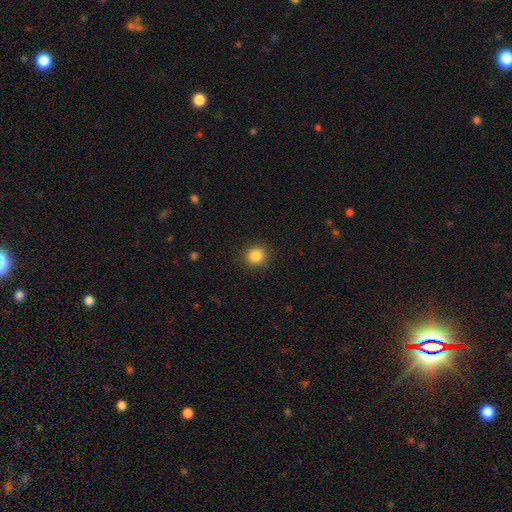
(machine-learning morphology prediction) Smooth or featured?
  - smooth: 85% *
  - star or artifact: 11%
  - featured or disk: 4%
How rounded?
  - round: 88% *
  - in between: 11%
  - cigar-shaped: 1%
Merging?
  - none: 90% *
  - minor disturbance: 7%
  - major disturbance: 2%
  - merger: 1%